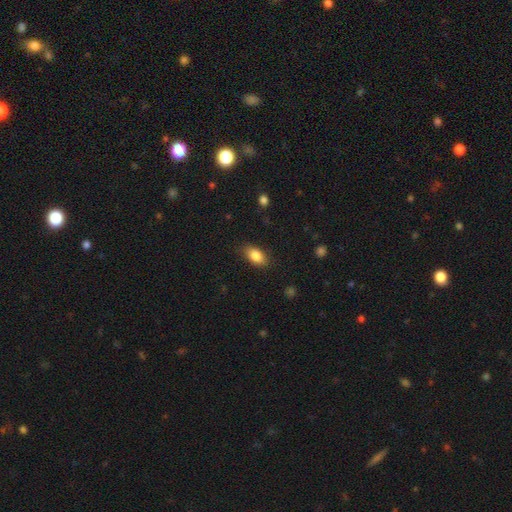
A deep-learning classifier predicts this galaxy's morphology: Smooth or featured: smooth — 85% (star or artifact — 8%)
How rounded: in between — 90% (round — 7%)
Merging: none — 84% (minor disturbance — 12%)